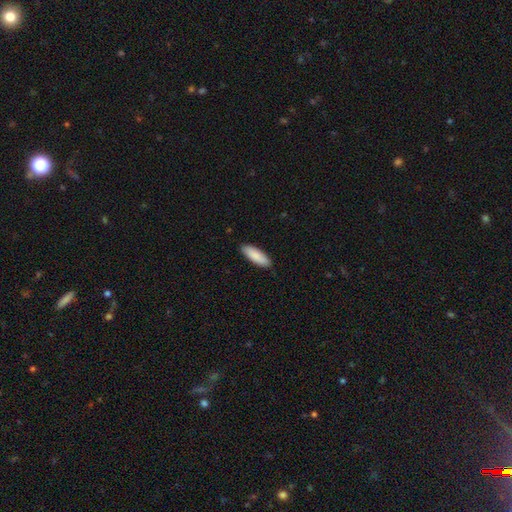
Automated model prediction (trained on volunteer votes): Smooth or featured? smooth (89%)
How rounded? in between (58%)
Merging? none (90%)